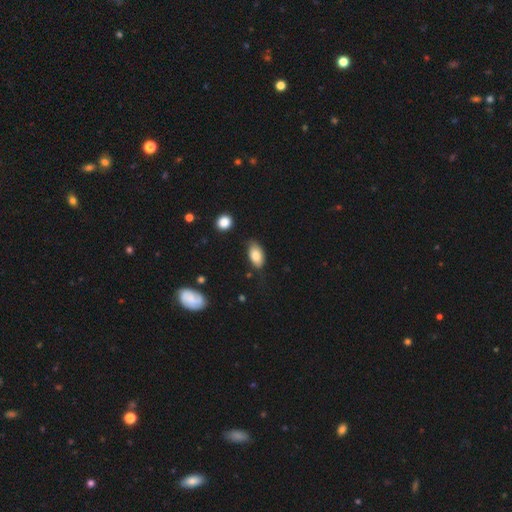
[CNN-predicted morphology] A smooth galaxy with no disk features (81%) that is in between round and cigar-shaped (92%).

Vote fractions:
- Smooth or featured? smooth: 81% / featured or disk: 12% / star or artifact: 7%
- How rounded? in between: 92% / round: 5% / cigar-shaped: 3%
- Merging? none: 69% / minor disturbance: 24% / major disturbance: 5% / merger: 2%